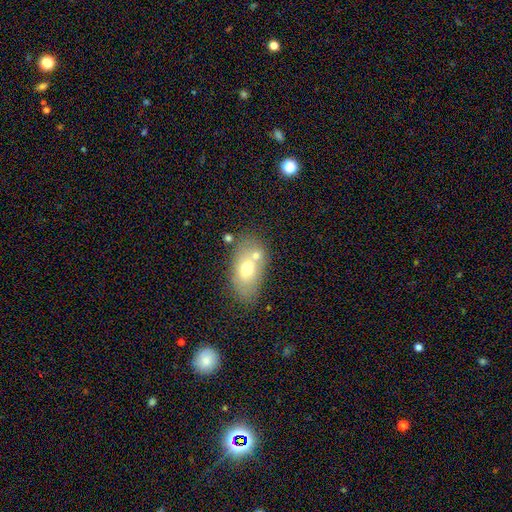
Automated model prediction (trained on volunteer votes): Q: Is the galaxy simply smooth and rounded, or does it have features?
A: smooth — 63%.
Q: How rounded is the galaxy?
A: in between — 85%.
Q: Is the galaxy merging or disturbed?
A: none — 51%.